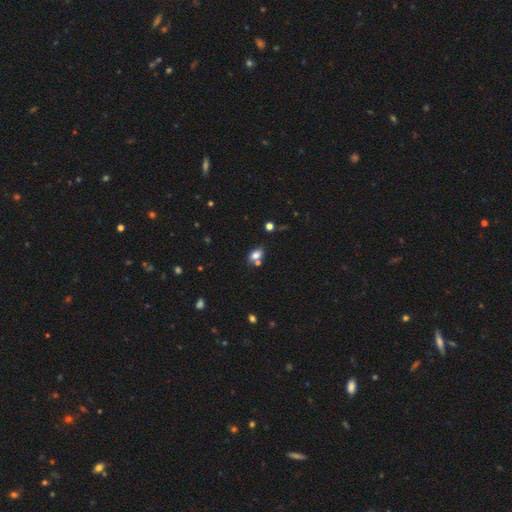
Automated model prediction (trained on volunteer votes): This appears to be a smooth galaxy with no disk features (79%) that is in between round and cigar-shaped (79%). Merging: none (59%).